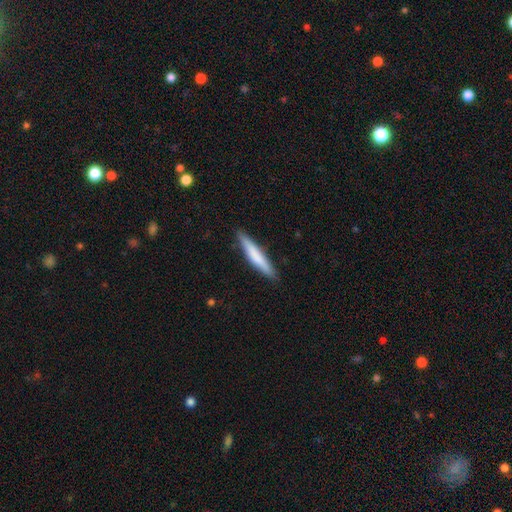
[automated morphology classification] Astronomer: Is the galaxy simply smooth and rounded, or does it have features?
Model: smooth — 72%.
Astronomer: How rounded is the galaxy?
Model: cigar-shaped — 93%.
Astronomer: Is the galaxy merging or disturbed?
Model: none — 89%.